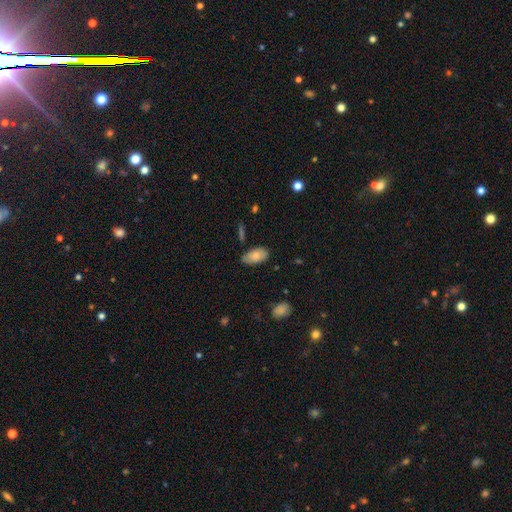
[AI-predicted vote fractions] A smooth galaxy with no disk features (81%) that is in between round and cigar-shaped (94%).

Vote fractions:
- Smooth or featured? smooth: 81% / featured or disk: 13% / star or artifact: 7%
- How rounded? in between: 94% / round: 3% / cigar-shaped: 3%
- Merging? none: 78% / minor disturbance: 17% / major disturbance: 3% / merger: 2%